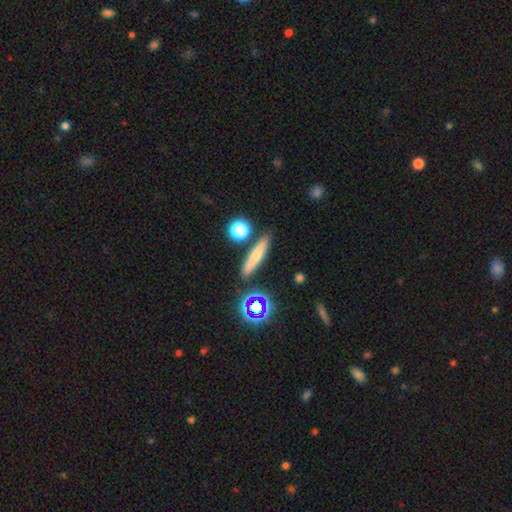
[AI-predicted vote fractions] Smooth or featured?
  - smooth: 65% *
  - featured or disk: 22%
  - star or artifact: 13%
How rounded?
  - cigar-shaped: 82% *
  - in between: 11%
  - round: 7%
Merging?
  - none: 85% *
  - minor disturbance: 8%
  - merger: 4%
  - major disturbance: 2%